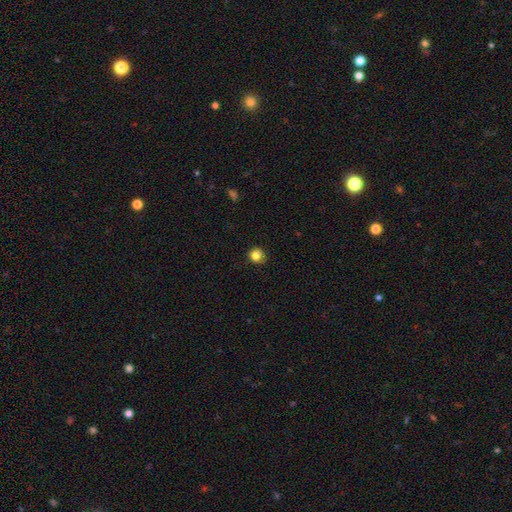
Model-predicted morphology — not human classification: Smooth or featured?
  - smooth: 82% *
  - star or artifact: 12%
  - featured or disk: 6%
How rounded?
  - round: 89% *
  - in between: 10%
  - cigar-shaped: 1%
Merging?
  - none: 86% *
  - minor disturbance: 11%
  - major disturbance: 2%
  - merger: 1%